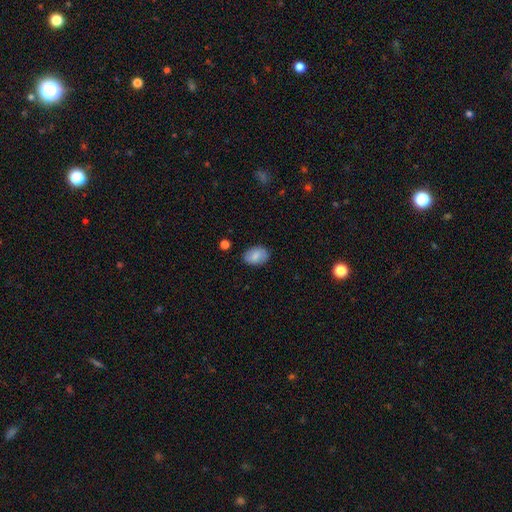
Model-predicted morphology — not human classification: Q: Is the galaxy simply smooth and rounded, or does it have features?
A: smooth — 80%.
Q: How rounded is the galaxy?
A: in between — 82%.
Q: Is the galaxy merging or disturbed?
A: none — 83%.